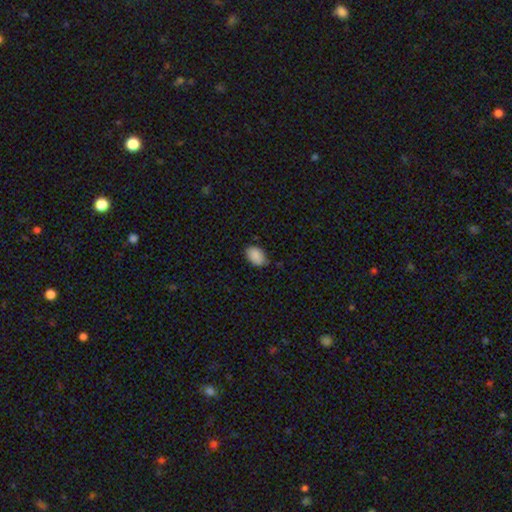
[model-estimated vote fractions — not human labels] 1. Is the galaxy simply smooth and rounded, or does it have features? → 88% smooth, 7% star or artifact, 4% featured or disk.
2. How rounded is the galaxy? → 85% in between, 14% round, 1% cigar-shaped.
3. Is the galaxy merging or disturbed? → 74% none, 21% minor disturbance, 3% major disturbance, 2% merger.